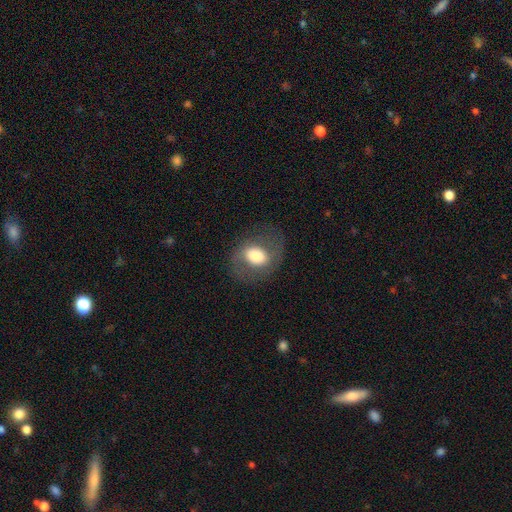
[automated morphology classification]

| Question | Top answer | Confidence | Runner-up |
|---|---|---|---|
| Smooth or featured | smooth | 49% | featured or disk (43%) |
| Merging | none | 73% | minor disturbance (15%) |